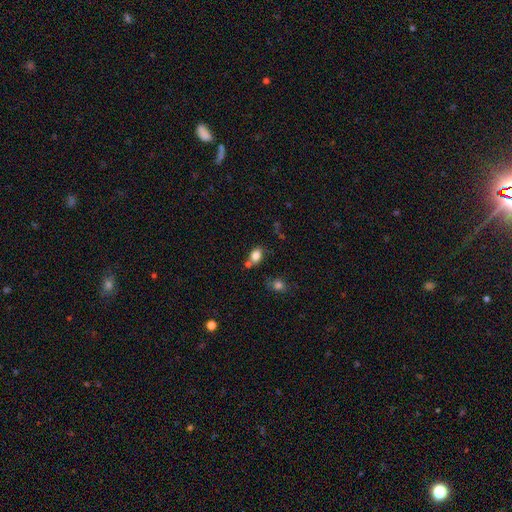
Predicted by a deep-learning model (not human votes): This is clearly a smooth galaxy (82%). How rounded: likely in between (73%). Merging: possibly none (59%).